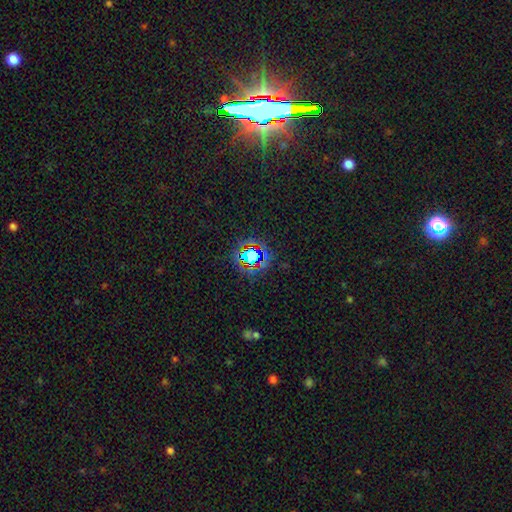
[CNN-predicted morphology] This appears to be a star or artifact, not a galaxy (68%).